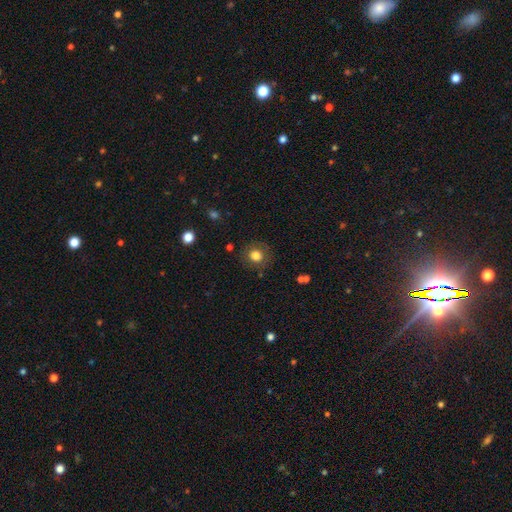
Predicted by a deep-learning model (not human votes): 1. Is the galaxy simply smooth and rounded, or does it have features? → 80% smooth, 11% star or artifact, 10% featured or disk.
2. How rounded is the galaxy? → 87% round, 12% in between, 1% cigar-shaped.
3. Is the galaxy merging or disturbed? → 84% none, 10% minor disturbance, 4% major disturbance, 2% merger.